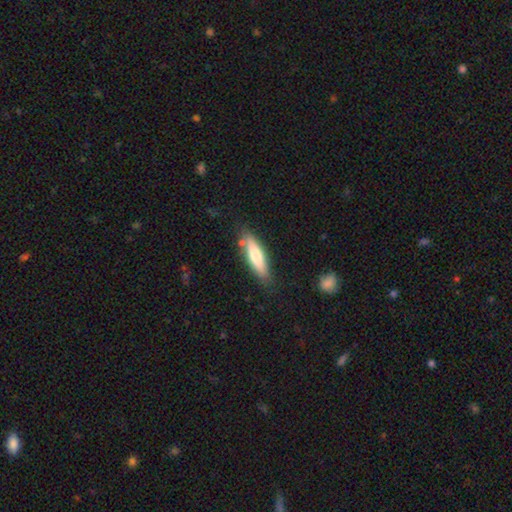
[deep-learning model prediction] A smooth galaxy with no disk features (63%) that is cigar-shaped (68%). Merging: none (78%).